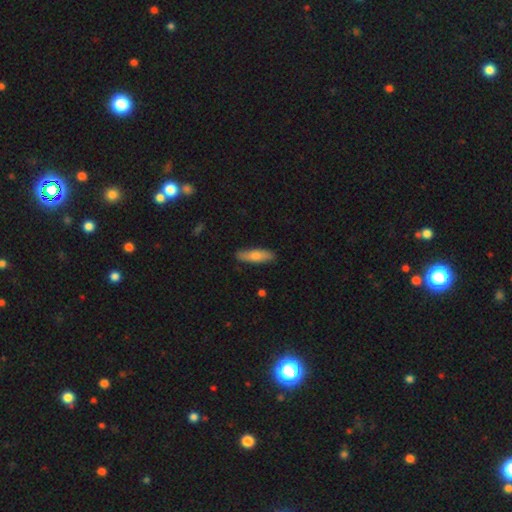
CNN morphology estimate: smooth_or_featured: smooth (p=0.76) [alt: featured or disk p=0.19]
how_rounded: cigar-shaped (p=0.56) [alt: in between p=0.42]
merging: none (p=0.86) [alt: minor disturbance p=0.11]